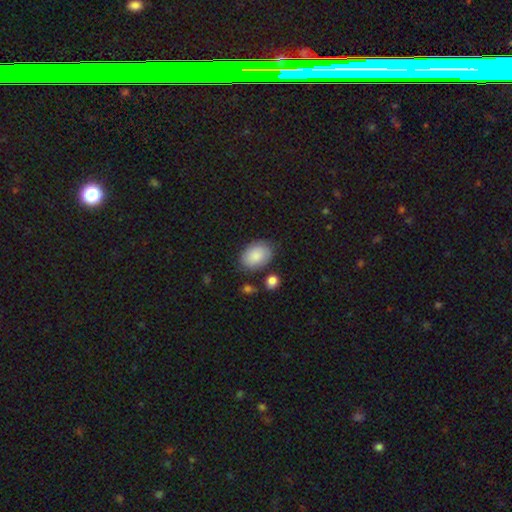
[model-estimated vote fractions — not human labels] Q: Smooth or featured?
A: smooth (82%); runner-up: featured or disk (11%)
Q: How rounded?
A: in between (83%); runner-up: round (16%)
Q: Merging?
A: none (76%); runner-up: minor disturbance (16%)